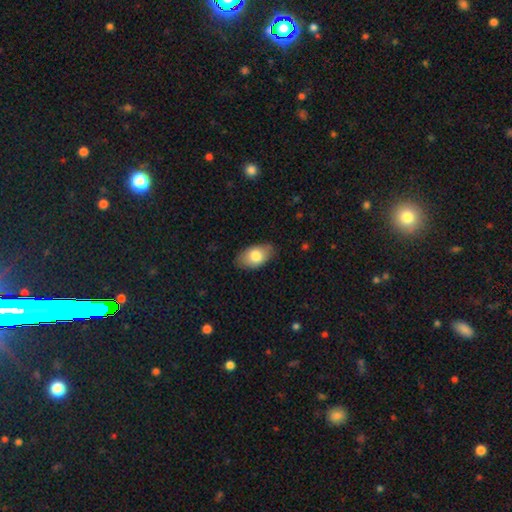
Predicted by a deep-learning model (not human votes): Smooth or featured: smooth — 78% (featured or disk — 15%)
How rounded: in between — 92% (round — 6%)
Merging: none — 81% (minor disturbance — 15%)